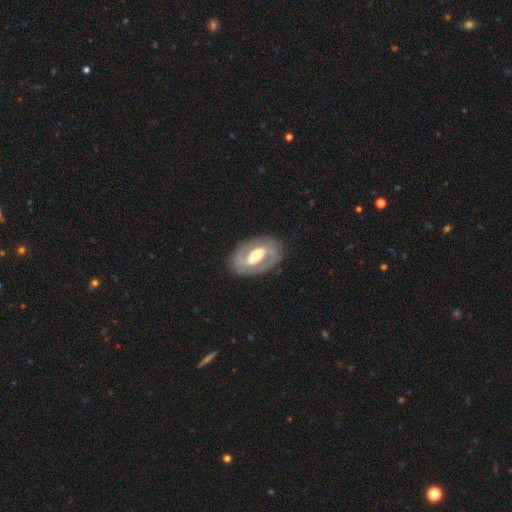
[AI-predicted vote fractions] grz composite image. It shows a featured or disk galaxy (74%) with a strong bar (38%), spiral arms (66%) and a moderate central bulge (62%). Merging: none (82%).